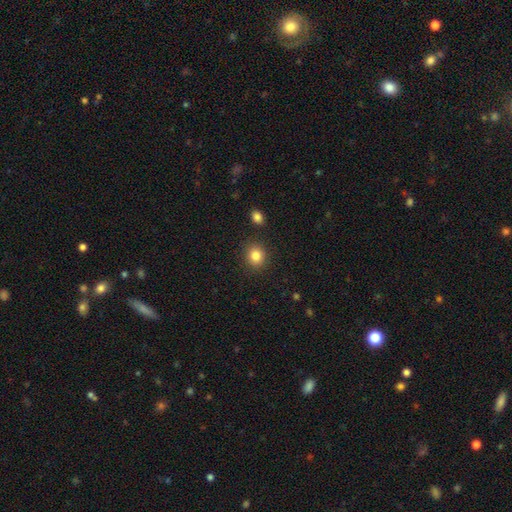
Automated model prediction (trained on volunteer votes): Smooth or featured: smooth — 84% (star or artifact — 10%)
How rounded: round — 79% (in between — 20%)
Merging: none — 89% (minor disturbance — 7%)